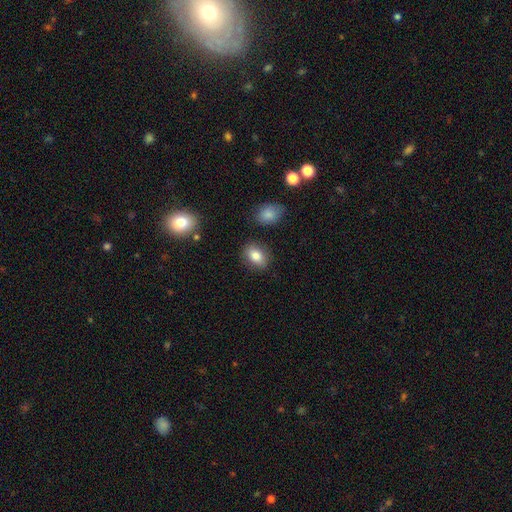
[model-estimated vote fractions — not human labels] Overall: smooth (83%). How rounded: in between (77%). Merging: none (85%).